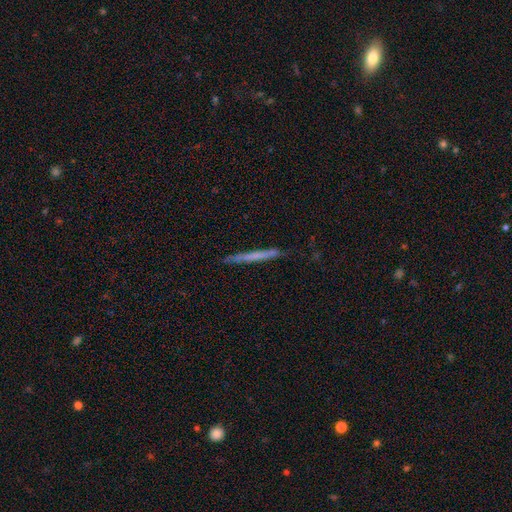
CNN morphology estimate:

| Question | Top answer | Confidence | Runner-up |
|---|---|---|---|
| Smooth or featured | smooth | 53% | featured or disk (41%) |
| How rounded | cigar-shaped | 97% | in between (2%) |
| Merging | none | 86% | minor disturbance (11%) |